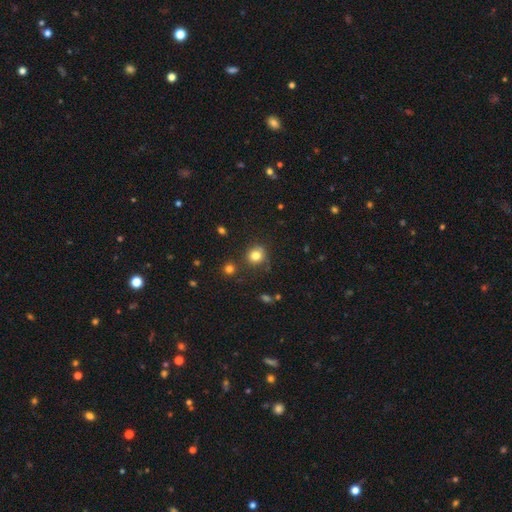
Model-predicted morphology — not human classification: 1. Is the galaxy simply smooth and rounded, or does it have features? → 80% smooth, 13% star or artifact, 7% featured or disk.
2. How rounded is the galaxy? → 86% round, 13% in between, 1% cigar-shaped.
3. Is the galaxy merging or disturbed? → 74% none, 15% minor disturbance, 6% merger, 5% major disturbance.